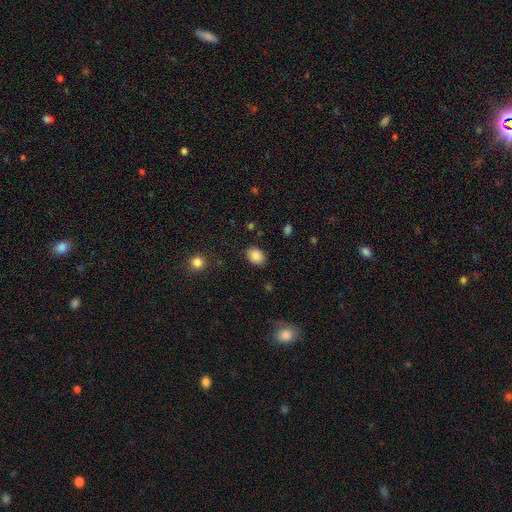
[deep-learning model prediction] A smooth galaxy with no disk features (87%) that is in between round and cigar-shaped (66%). Merging: none (86%).